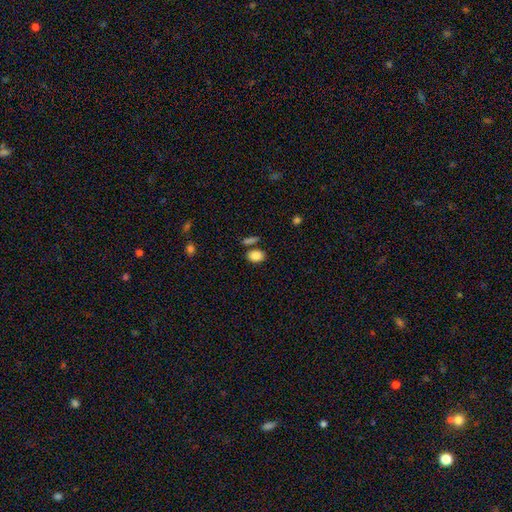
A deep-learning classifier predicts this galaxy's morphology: This is clearly a smooth galaxy (86%). How rounded: clearly in between (81%). Merging: likely none (72%).